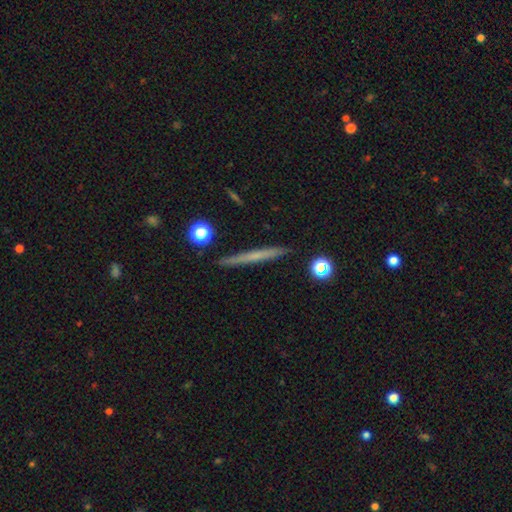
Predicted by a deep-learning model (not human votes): Q: Smooth or featured?
A: featured or disk (48%); runner-up: smooth (45%)
Q: Merging?
A: none (91%); runner-up: minor disturbance (6%)